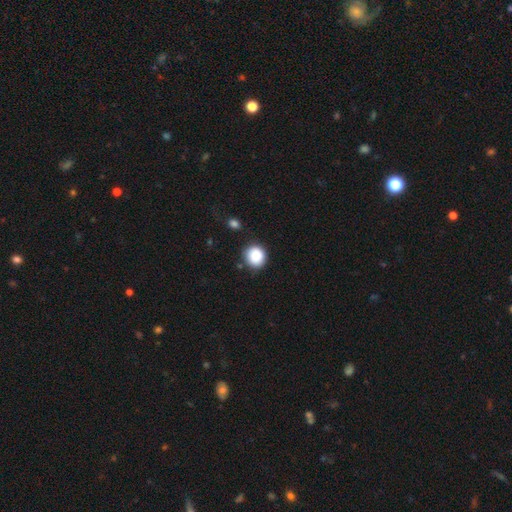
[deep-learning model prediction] This is clearly a smooth galaxy (88%). How rounded: clearly round (88%). Merging: clearly none (82%).